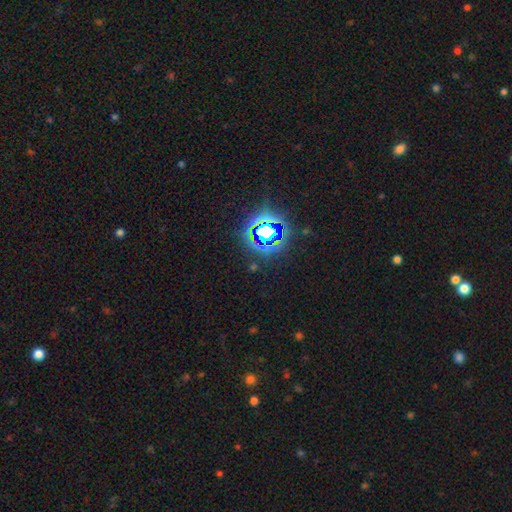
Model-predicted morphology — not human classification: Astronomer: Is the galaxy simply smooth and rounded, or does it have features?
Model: star or artifact — 85%.